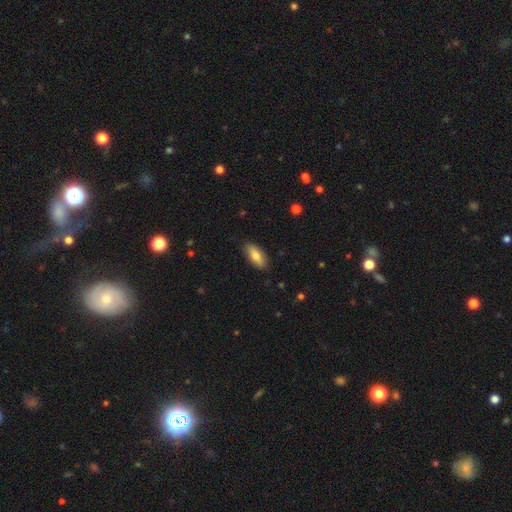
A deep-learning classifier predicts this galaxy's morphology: Q: Smooth or featured?
A: smooth (76%); runner-up: featured or disk (17%)
Q: How rounded?
A: in between (81%); runner-up: cigar-shaped (17%)
Q: Merging?
A: none (87%); runner-up: minor disturbance (10%)